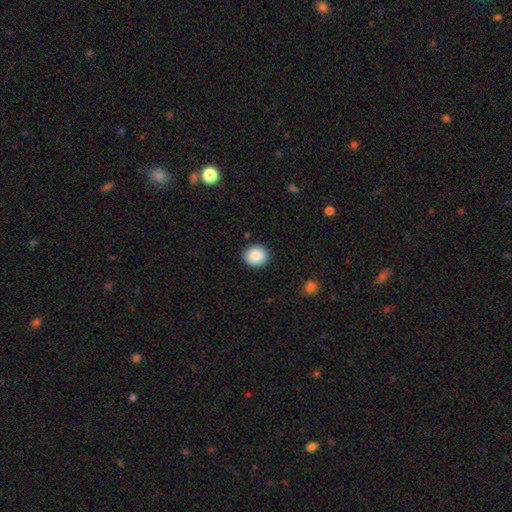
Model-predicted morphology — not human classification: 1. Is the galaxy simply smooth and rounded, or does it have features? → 88% smooth, 8% star or artifact, 4% featured or disk.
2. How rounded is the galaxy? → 78% round, 21% in between, 1% cigar-shaped.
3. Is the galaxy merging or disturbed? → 90% none, 7% minor disturbance, 2% major disturbance, 1% merger.